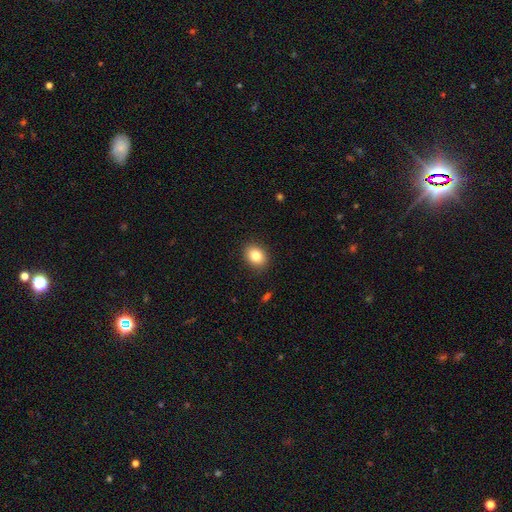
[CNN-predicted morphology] Smooth or featured? smooth (83%)
How rounded? in between (51%)
Merging? none (89%)